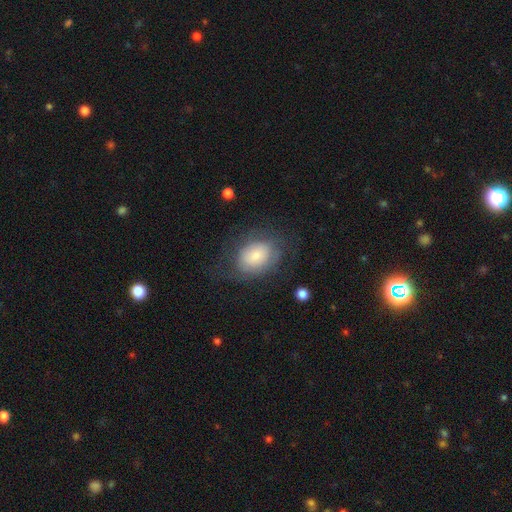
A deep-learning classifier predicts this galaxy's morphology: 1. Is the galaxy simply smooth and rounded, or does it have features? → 65% smooth, 27% featured or disk, 8% star or artifact.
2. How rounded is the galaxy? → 74% in between, 24% round, 1% cigar-shaped.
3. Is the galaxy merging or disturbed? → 61% none, 20% minor disturbance, 17% major disturbance, 2% merger.